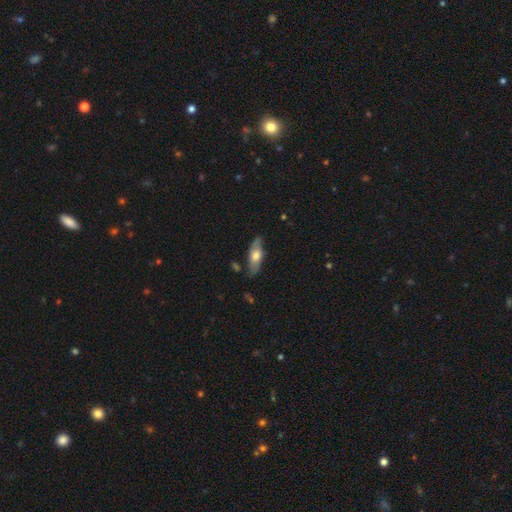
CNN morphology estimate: A smooth galaxy with no disk features (52%) that is in between round and cigar-shaped (62%). Merging: none (76%).